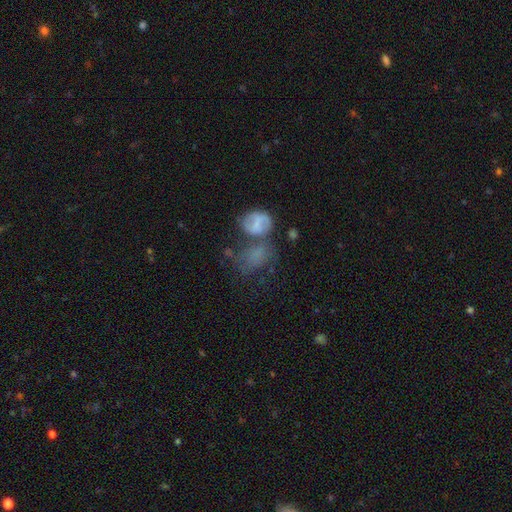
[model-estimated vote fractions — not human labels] The model was most divided on "merging": merger: 41%, none: 29%, minor disturbance: 15%, major disturbance: 15%. More confident: how rounded — in between (60%); smooth or featured — smooth (50%).